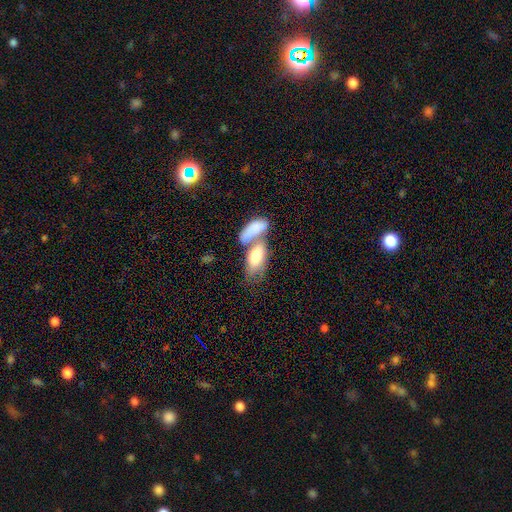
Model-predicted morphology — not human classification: Smooth or featured?
  - smooth: 72% *
  - featured or disk: 22%
  - star or artifact: 6%
How rounded?
  - in between: 87% *
  - cigar-shaped: 10%
  - round: 3%
Merging?
  - merger: 61% *
  - none: 23%
  - minor disturbance: 10%
  - major disturbance: 6%